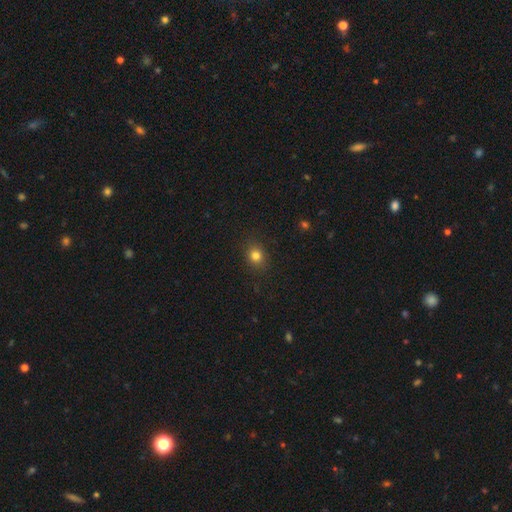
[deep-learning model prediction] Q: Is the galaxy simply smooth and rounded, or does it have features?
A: smooth — 81%.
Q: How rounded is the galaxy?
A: round — 70%.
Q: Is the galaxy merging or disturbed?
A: none — 88%.